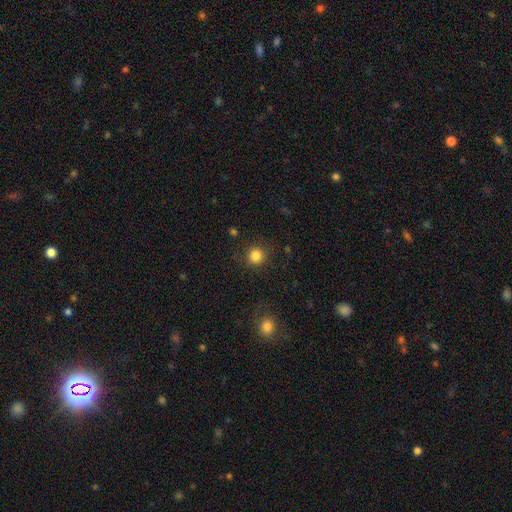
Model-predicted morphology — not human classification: This appears to be a smooth galaxy with no disk features (84%) that is round (93%). Merging: none (88%).